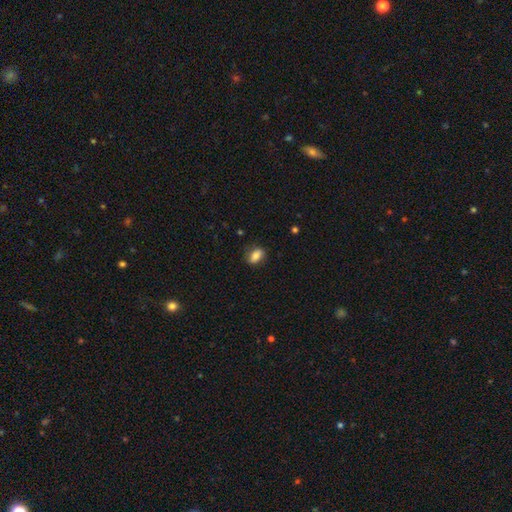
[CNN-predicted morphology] Q: Smooth or featured?
A: smooth (79%); runner-up: featured or disk (13%)
Q: How rounded?
A: in between (82%); runner-up: round (14%)
Q: Merging?
A: none (78%); runner-up: minor disturbance (17%)